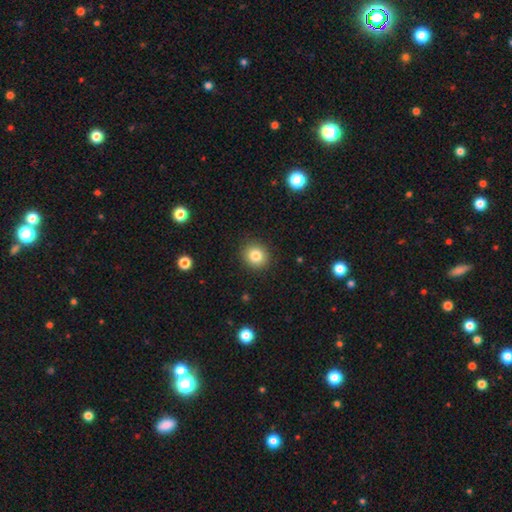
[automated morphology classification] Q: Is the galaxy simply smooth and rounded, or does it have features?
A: smooth — 83%.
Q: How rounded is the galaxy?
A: round — 84%.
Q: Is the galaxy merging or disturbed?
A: none — 90%.